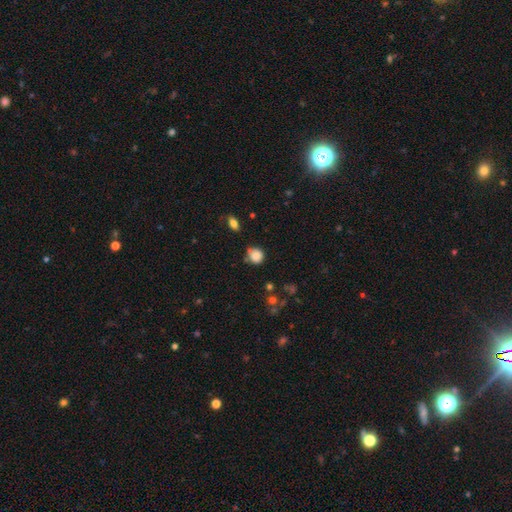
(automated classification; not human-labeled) smooth 84%, star or artifact 10%, featured or disk 6%. Down the decision tree: how rounded — round (76%); merging — none (59%).